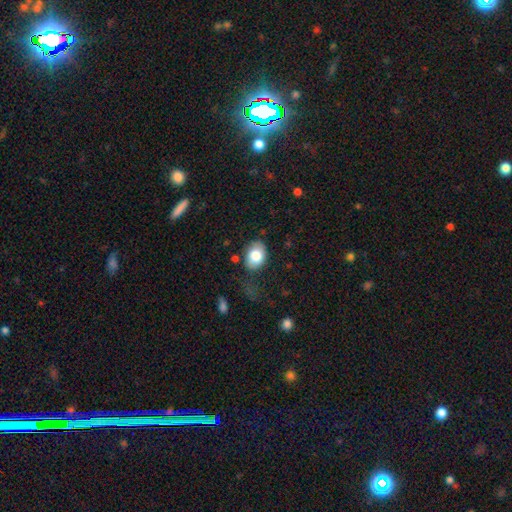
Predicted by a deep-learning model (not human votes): smooth 82%, featured or disk 11%, star or artifact 7%. Down the decision tree: how rounded — in between (69%); merging — none (65%).